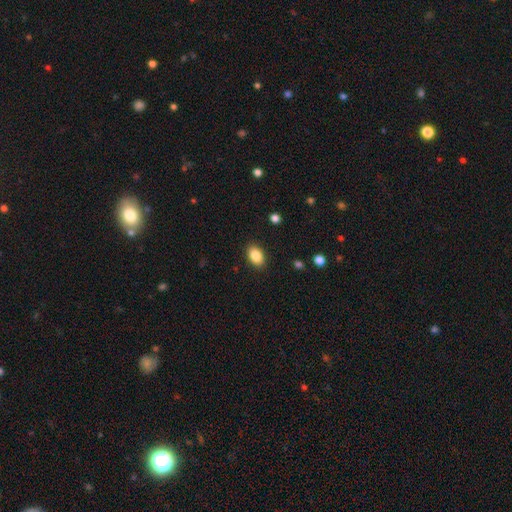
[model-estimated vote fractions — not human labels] Q: Smooth or featured?
A: smooth (86%); runner-up: star or artifact (8%)
Q: How rounded?
A: in between (87%); runner-up: round (11%)
Q: Merging?
A: none (89%); runner-up: minor disturbance (8%)